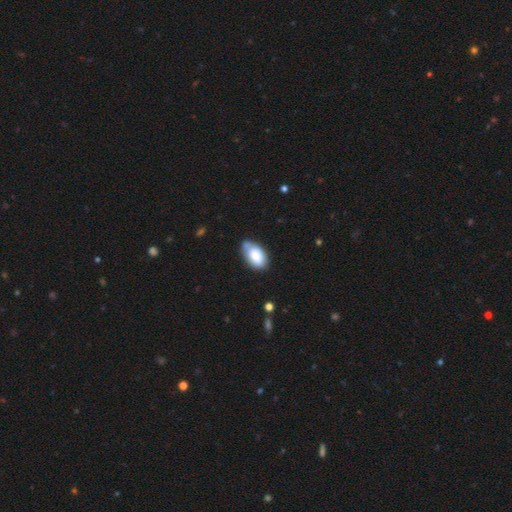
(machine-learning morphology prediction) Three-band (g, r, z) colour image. It shows a smooth galaxy with no disk features (77%) that is in between round and cigar-shaped (94%). Merging: none (58%).